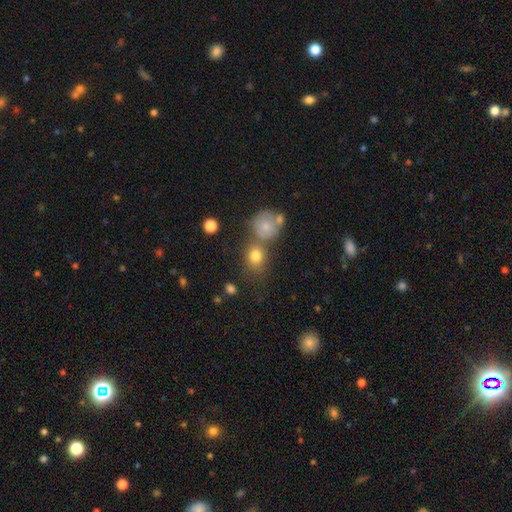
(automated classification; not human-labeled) The model was most divided on "merging": none: 53%, merger: 29%, minor disturbance: 12%, major disturbance: 5%. More confident: smooth or featured — smooth (75%); how rounded — round (63%).